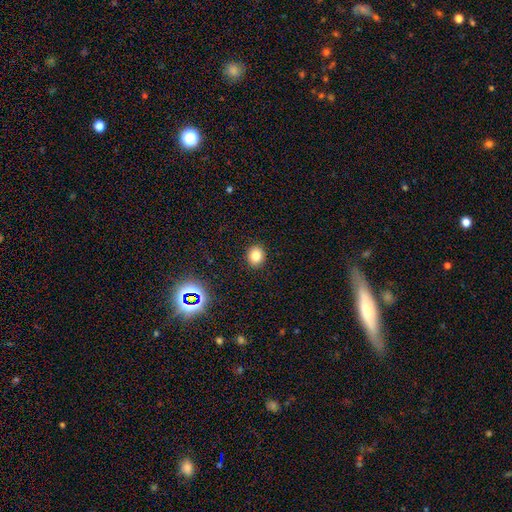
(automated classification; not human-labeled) Overall: smooth (80%). How rounded: round (69%; in between 30%). Merging: none (91%).